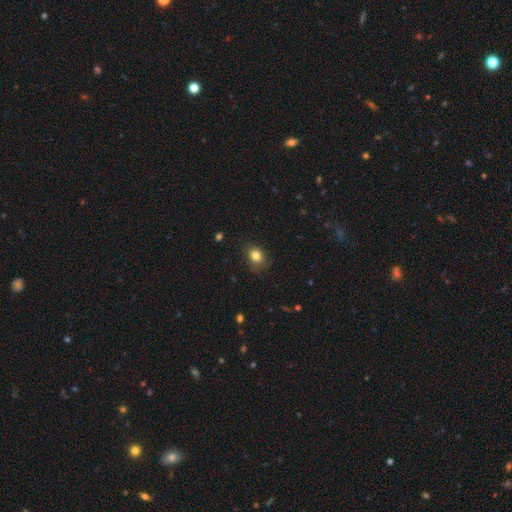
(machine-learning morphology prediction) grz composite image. It shows a smooth galaxy with no disk features (81%) that is round (53%). Merging: none (76%).